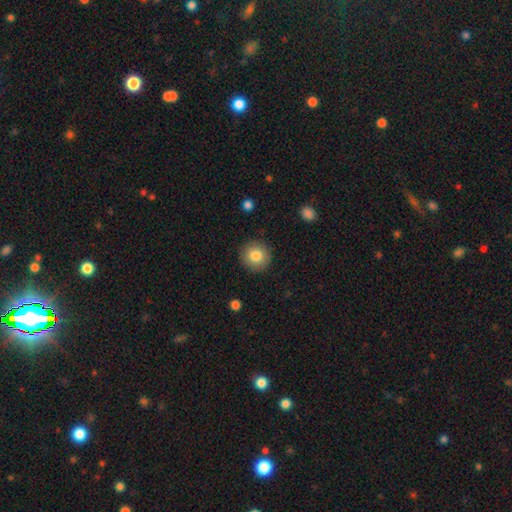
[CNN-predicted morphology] This is clearly a smooth galaxy (82%). How rounded: clearly round (95%). Merging: clearly none (90%).